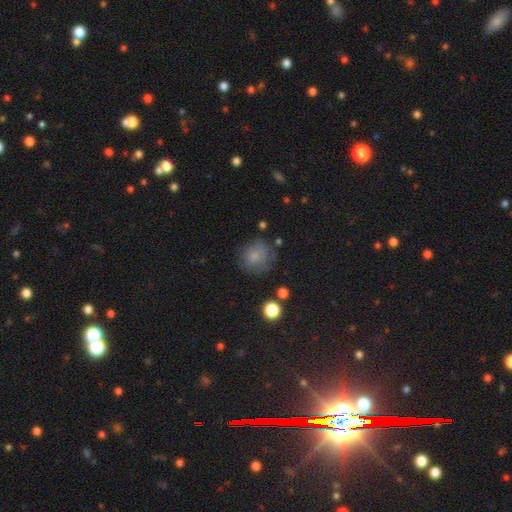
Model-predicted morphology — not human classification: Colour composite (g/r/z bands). It shows a smooth galaxy with no disk features (75%) that is round (83%). Merging: none (63%).